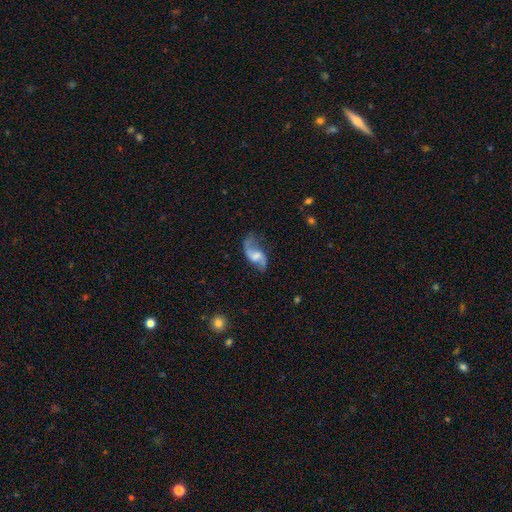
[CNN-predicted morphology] This appears to be a featured or disk galaxy (83%) with a weak bar (50%), 2 (90%) loose (80%) spiral arms (95%) and a moderate central bulge (32%). Merging: none (66%).